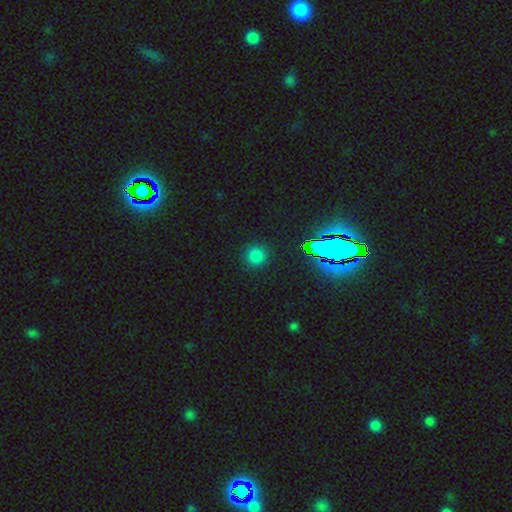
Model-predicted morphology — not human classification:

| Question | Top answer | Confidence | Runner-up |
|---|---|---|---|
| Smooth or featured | smooth | 75% | star or artifact (21%) |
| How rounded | round | 94% | in between (5%) |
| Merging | none | 90% | minor disturbance (6%) |